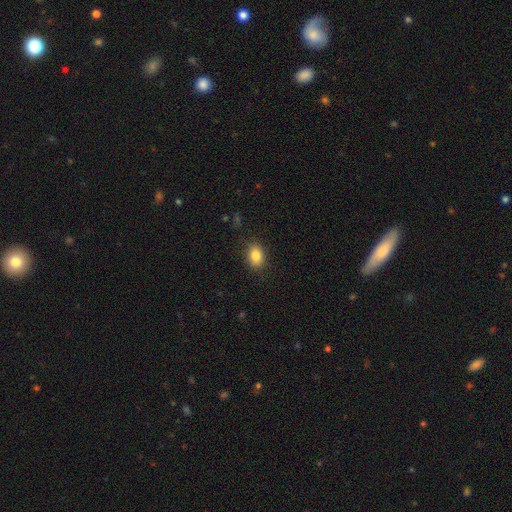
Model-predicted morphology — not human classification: Smooth or featured: smooth — 85% (star or artifact — 9%)
How rounded: in between — 75% (round — 24%)
Merging: none — 86% (minor disturbance — 10%)